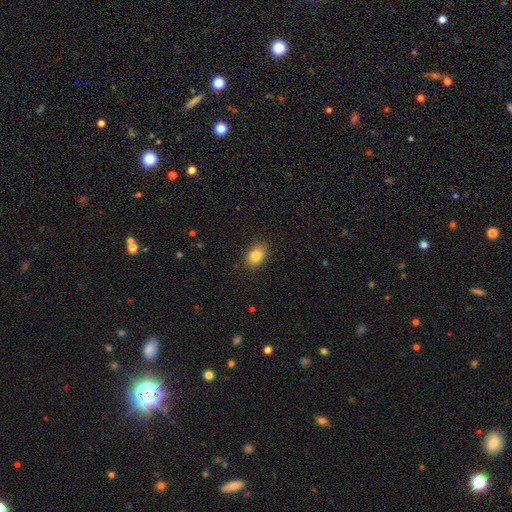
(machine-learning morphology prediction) type=smooth (84%); roundness=in between (71%); merging=none (87%).